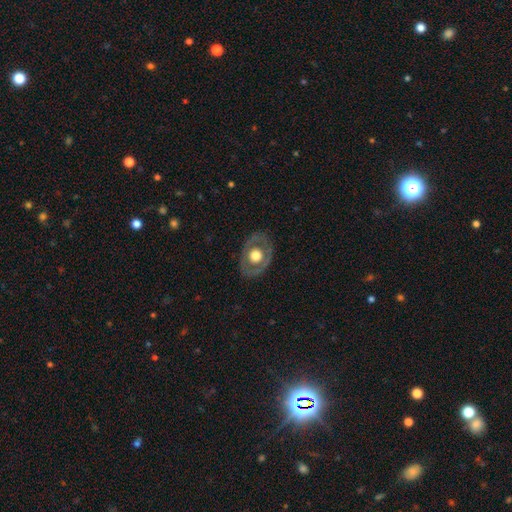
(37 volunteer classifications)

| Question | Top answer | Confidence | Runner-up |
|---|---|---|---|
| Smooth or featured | featured or disk | 62% | smooth (38%) |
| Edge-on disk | no | 91% | yes (9%) |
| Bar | no | 90% | strong (5%) |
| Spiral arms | no | 81% | yes (19%) |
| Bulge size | large | 48% | moderate (33%) |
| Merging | none | 81% | minor disturbance (16%) |